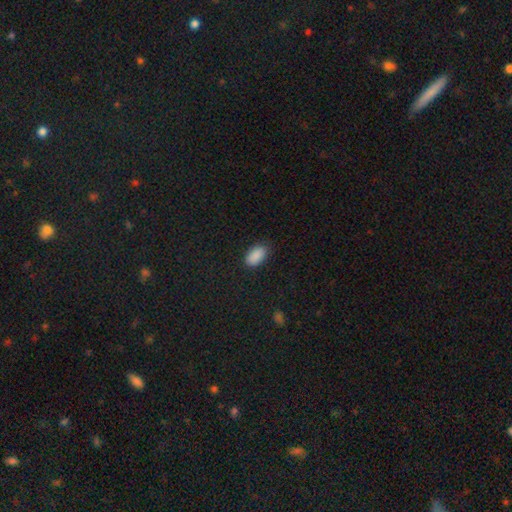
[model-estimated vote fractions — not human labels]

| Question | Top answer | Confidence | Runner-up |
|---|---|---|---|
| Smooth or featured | smooth | 89% | star or artifact (7%) |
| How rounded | in between | 94% | round (4%) |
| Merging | none | 82% | minor disturbance (14%) |